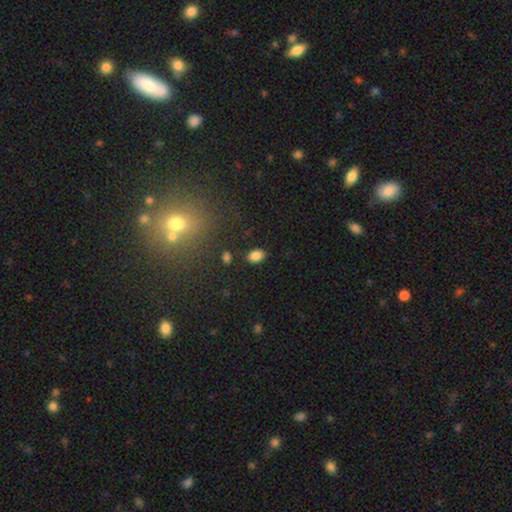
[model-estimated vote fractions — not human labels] Morphology: type=smooth (85%); roundness=in between (84%); merging=none (85%).